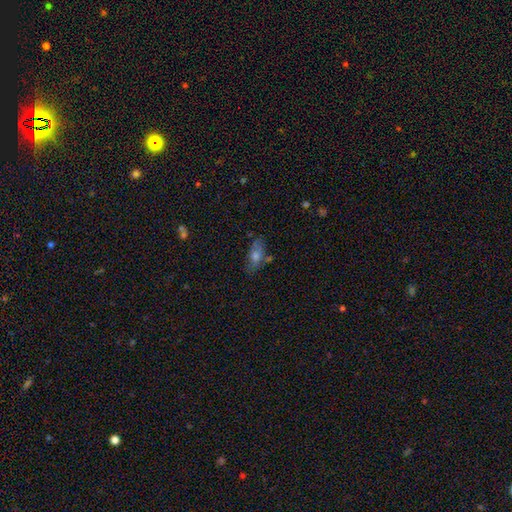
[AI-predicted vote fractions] Smooth or featured? Predicted: smooth (p=0.52). How rounded? Predicted: in between (p=0.72). Merging? Predicted: none (p=0.69).